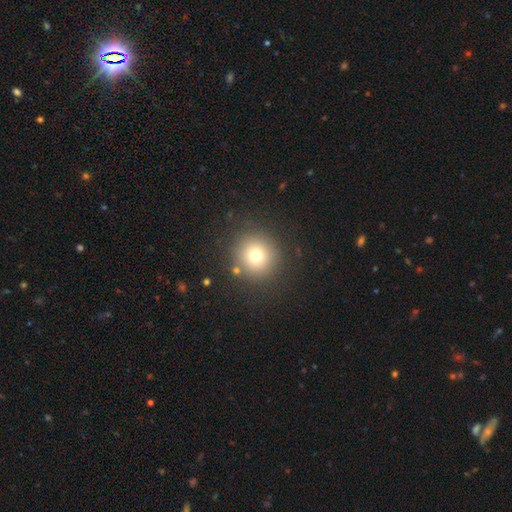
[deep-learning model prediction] A smooth galaxy with no disk features (73%) that is round (94%). Merging: none (86%).